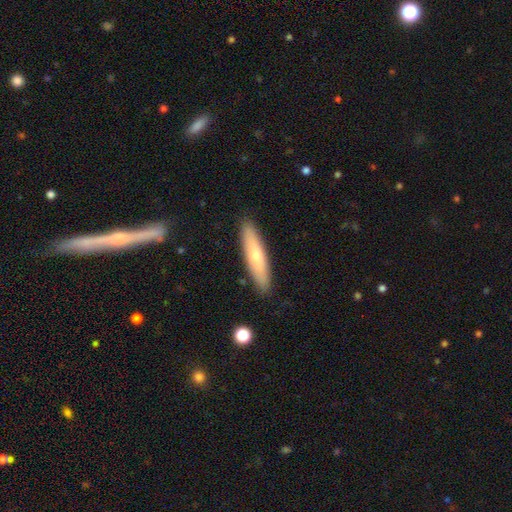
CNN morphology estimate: Smooth or featured? Predicted: smooth (p=0.59). How rounded? Predicted: cigar-shaped (p=0.82). Merging? Predicted: none (p=0.89).